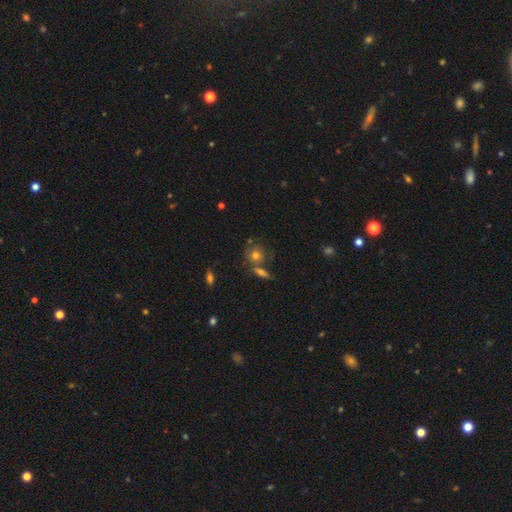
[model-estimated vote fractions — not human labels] Overall: smooth (68%). How rounded: round (82%). Merging: none (61%).